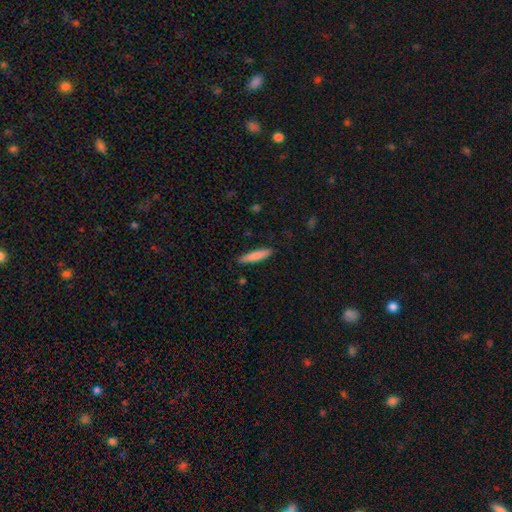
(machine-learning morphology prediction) Smooth or featured: smooth — 82% (featured or disk — 12%)
How rounded: cigar-shaped — 86% (in between — 13%)
Merging: none — 87% (minor disturbance — 9%)